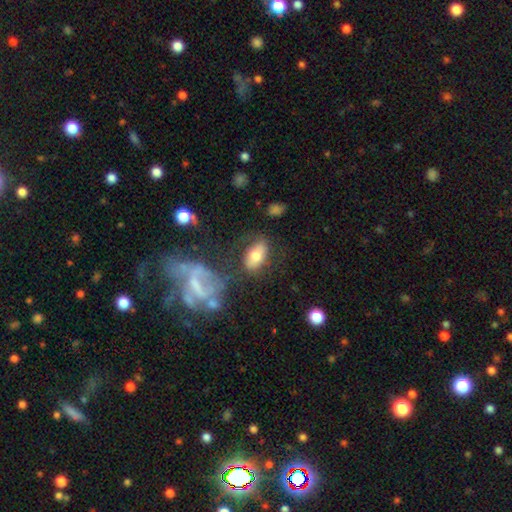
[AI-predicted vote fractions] Smooth or featured?
  - smooth: 64% *
  - featured or disk: 28%
  - star or artifact: 8%
How rounded?
  - in between: 87% *
  - round: 9%
  - cigar-shaped: 4%
Merging?
  - none: 60% *
  - minor disturbance: 19%
  - merger: 11%
  - major disturbance: 10%